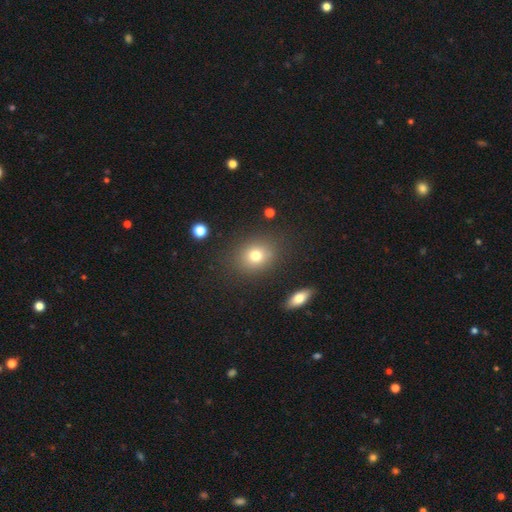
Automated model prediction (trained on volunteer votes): Smooth or featured: smooth — 76% (star or artifact — 13%)
How rounded: round — 61% (in between — 38%)
Merging: none — 82% (minor disturbance — 10%)